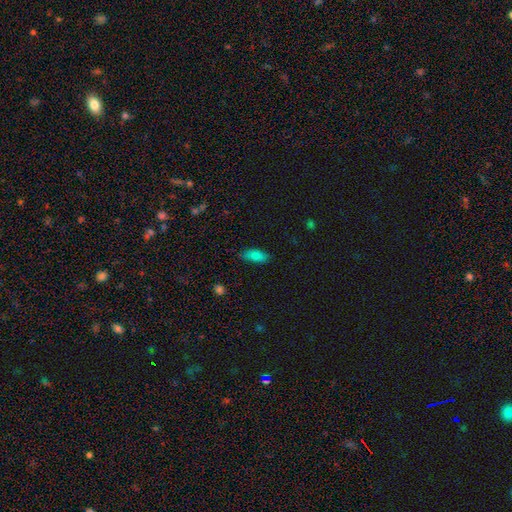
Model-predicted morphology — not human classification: A smooth galaxy with no disk features (85%) that is in between round and cigar-shaped (80%). Merging: none (79%).